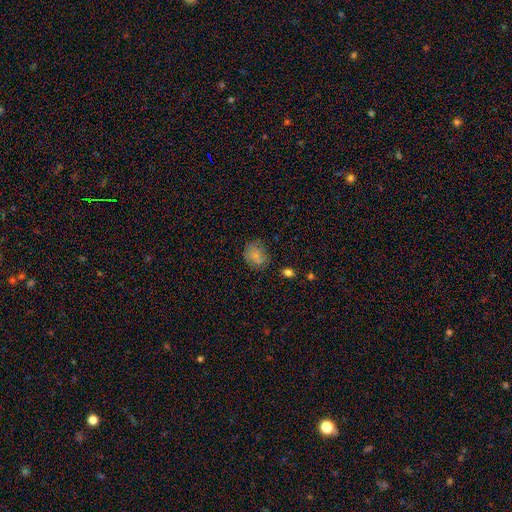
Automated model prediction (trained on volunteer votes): smooth_or_featured: smooth (p=0.74) [alt: featured or disk p=0.14]
how_rounded: round (p=0.62) [alt: in between p=0.37]
merging: none (p=0.64) [alt: minor disturbance p=0.25]